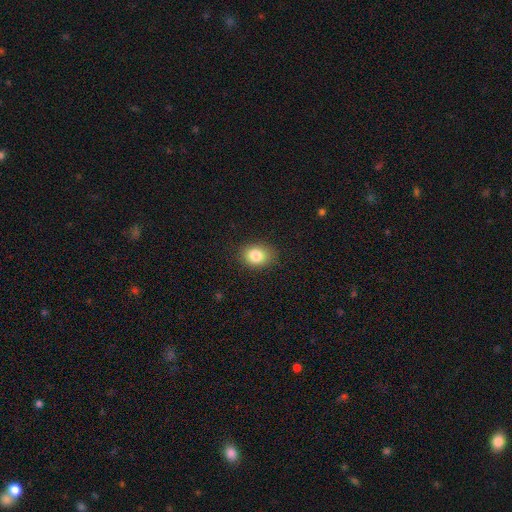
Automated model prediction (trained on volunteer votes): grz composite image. It shows a smooth galaxy with no disk features (84%) that is in between round and cigar-shaped (58%). Merging: none (83%).